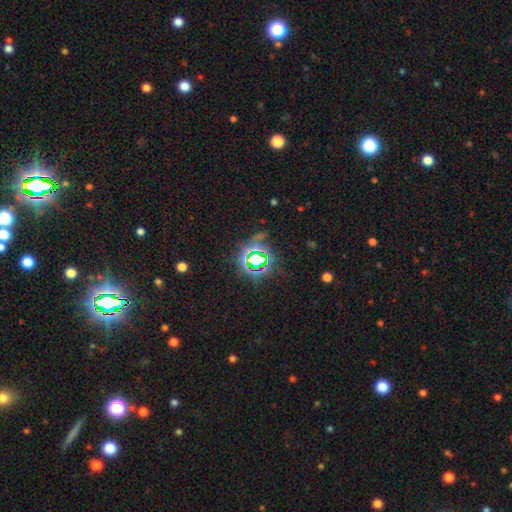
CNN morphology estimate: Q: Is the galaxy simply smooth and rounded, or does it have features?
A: star or artifact — 73%.